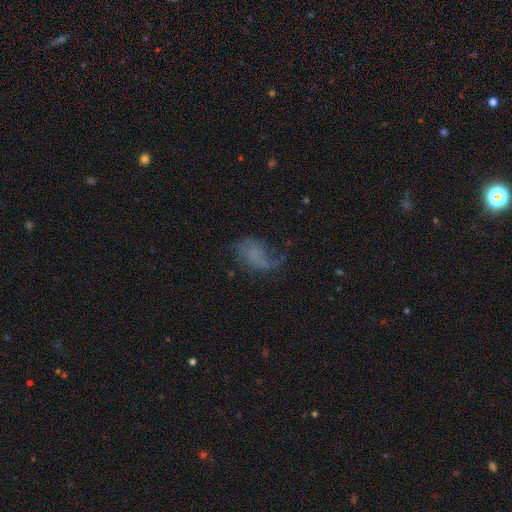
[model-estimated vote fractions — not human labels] Overall: featured or disk (52%; smooth 33%). Edge-on disk: no (97%). Bar: no (77%). Spiral arms: yes (71%). Bulge size: none (73%). Merging: none (40%; major disturbance 35%).